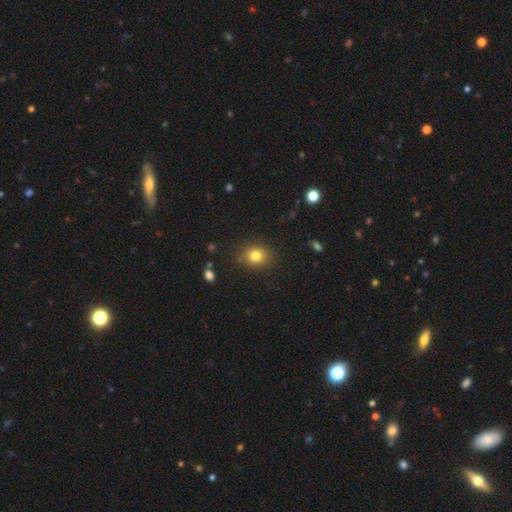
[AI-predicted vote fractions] Smooth or featured? Predicted: smooth (p=0.81). How rounded? Predicted: round (p=0.66). Merging? Predicted: none (p=0.87).